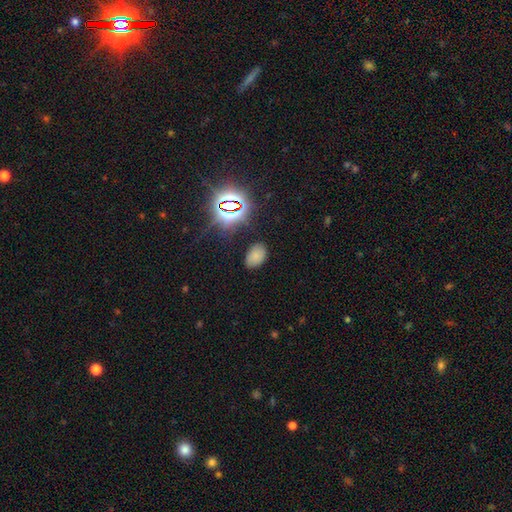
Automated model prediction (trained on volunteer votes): Morphology: type=smooth (69%); roundness=in between (88%); merging=none (81%).